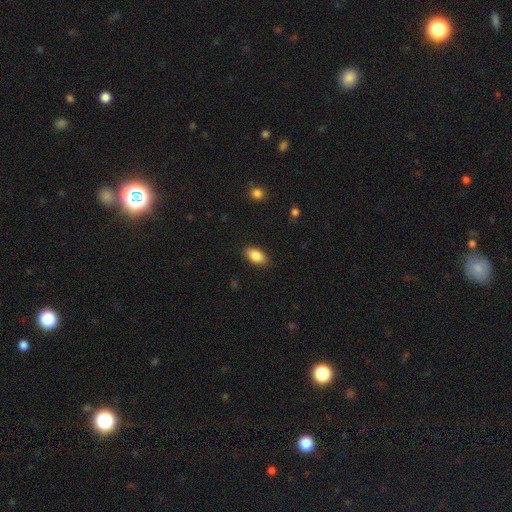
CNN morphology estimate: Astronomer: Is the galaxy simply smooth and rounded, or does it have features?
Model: smooth — 87%.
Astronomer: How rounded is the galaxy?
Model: in between — 92%.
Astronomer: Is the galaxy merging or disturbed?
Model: none — 87%.